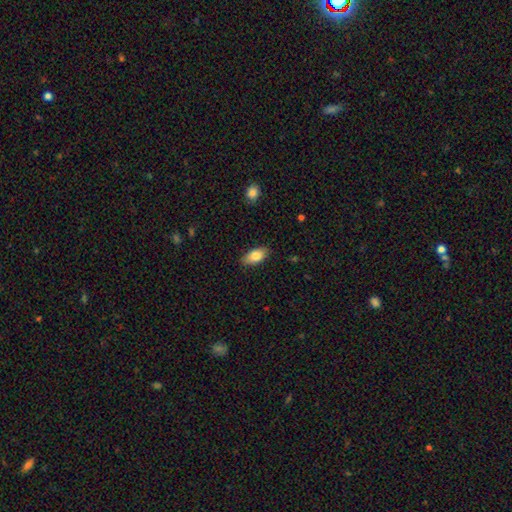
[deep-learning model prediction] This is clearly a smooth galaxy (82%). How rounded: clearly in between (90%). Merging: clearly none (84%).